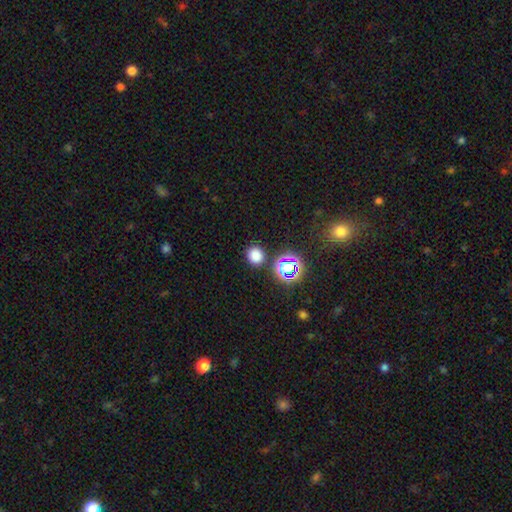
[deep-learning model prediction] Smooth or featured: smooth — 73% (star or artifact — 21%)
How rounded: round — 84% (in between — 15%)
Merging: none — 86% (minor disturbance — 8%)